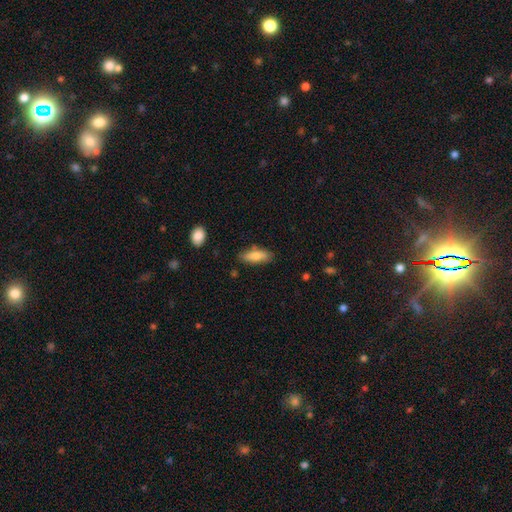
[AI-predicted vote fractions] This is likely a smooth galaxy (77%). How rounded: likely in between (60%). Merging: likely none (78%).